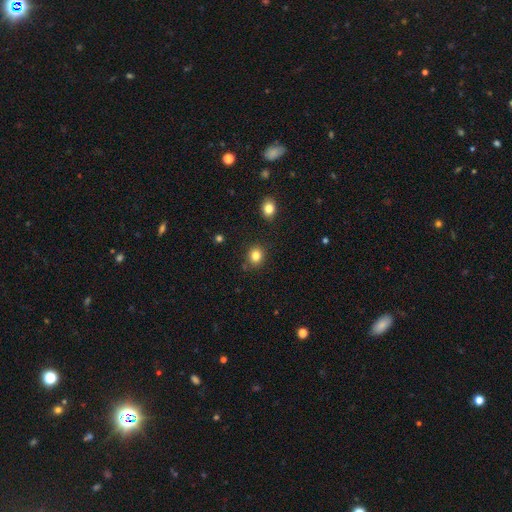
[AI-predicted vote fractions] smooth-or-featured: smooth: 83% | star or artifact: 12% | featured or disk: 5%
  how-rounded: round: 77% | in between: 22% | cigar-shaped: 1%
  merging: none: 85% | minor disturbance: 10% | merger: 3% | major disturbance: 3%